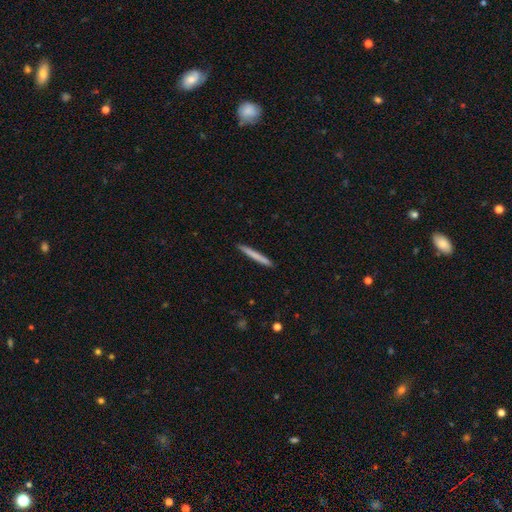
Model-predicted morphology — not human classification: The model was most divided on "smooth or featured": smooth: 71%, featured or disk: 23%, star or artifact: 6%. More confident: how rounded — cigar-shaped (97%); merging — none (91%).